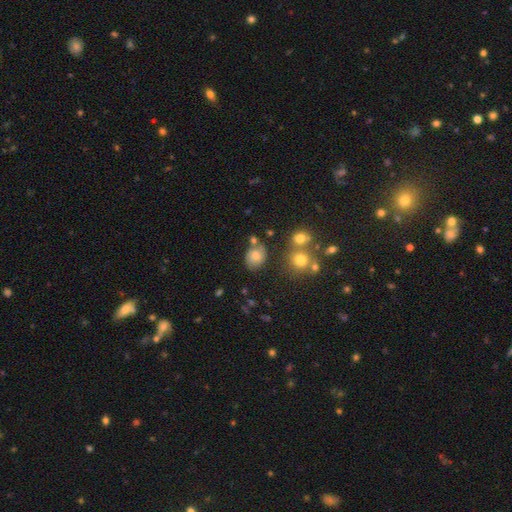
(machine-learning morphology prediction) smooth-or-featured: smooth: 70% | featured or disk: 17% | star or artifact: 13%
  how-rounded: round: 50% | in between: 49% | cigar-shaped: 1%
  merging: none: 68% | minor disturbance: 17% | merger: 10% | major disturbance: 5%